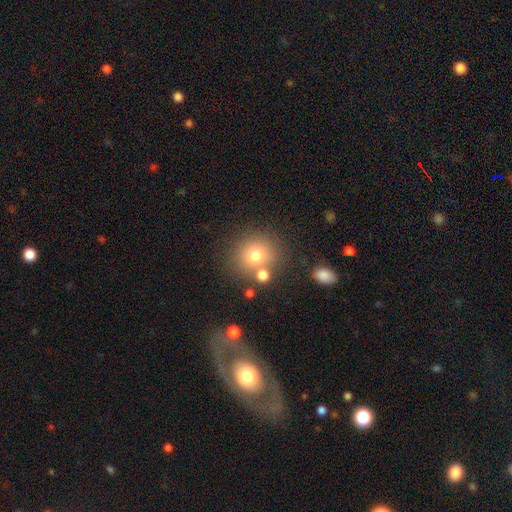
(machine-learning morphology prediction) The model was most divided on "merging": none: 73%, merger: 14%, minor disturbance: 10%, major disturbance: 4%. More confident: how rounded — round (88%); smooth or featured — smooth (74%).